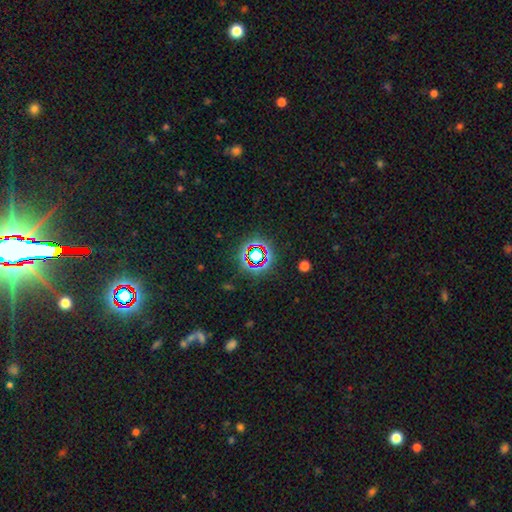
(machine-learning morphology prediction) smooth-or-featured: star or artifact: 71% | smooth: 18% | featured or disk: 11%